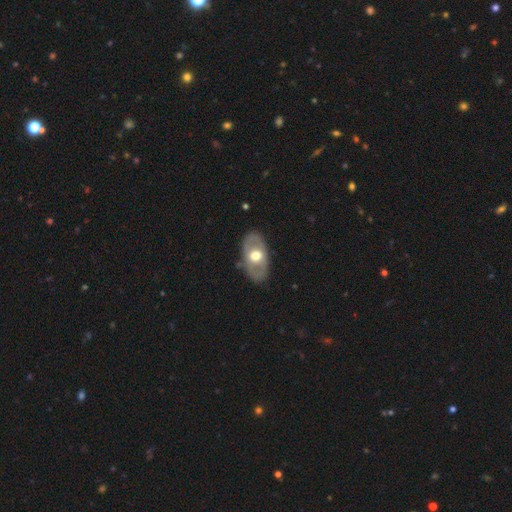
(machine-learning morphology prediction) type=featured or disk (56%); edge-on=no (87%); merging=none (82%).